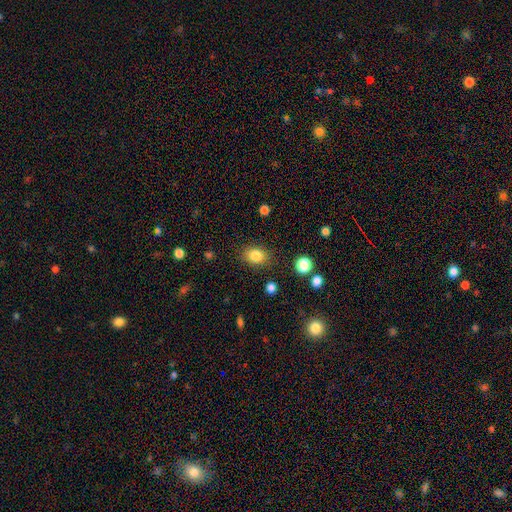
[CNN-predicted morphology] A smooth galaxy with no disk features (84%) that is in between round and cigar-shaped (65%). Merging: none (85%).